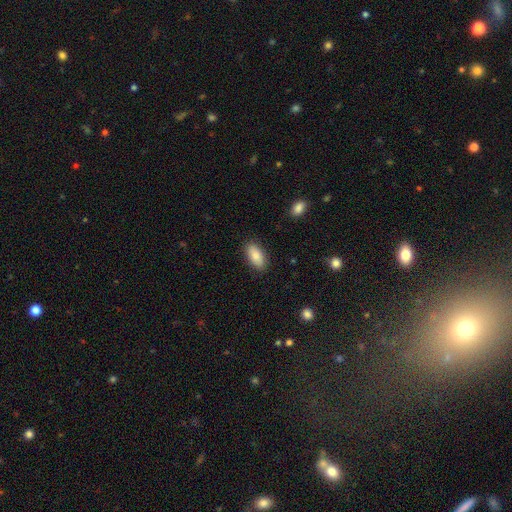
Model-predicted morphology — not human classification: The model was most divided on "smooth or featured": smooth: 84%, featured or disk: 10%, star or artifact: 6%. More confident: how rounded — in between (89%); merging — none (87%).